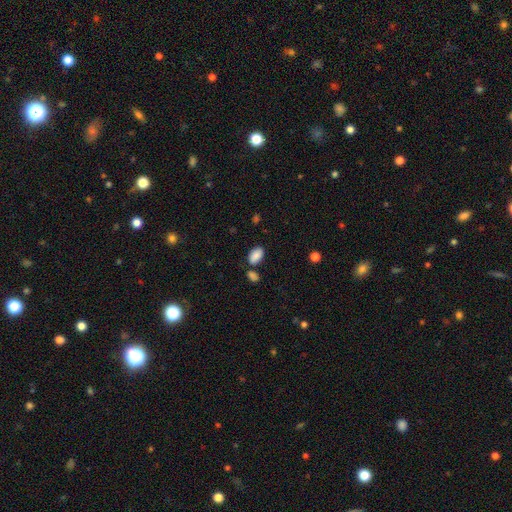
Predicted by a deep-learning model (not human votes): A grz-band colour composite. It shows a smooth galaxy with no disk features (86%) that is in between round and cigar-shaped (93%). Merging: none (68%).